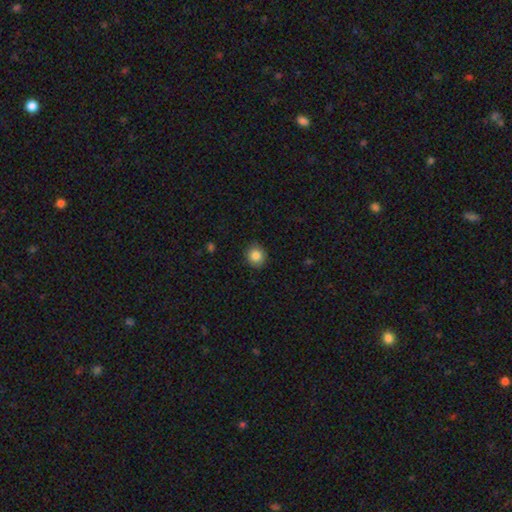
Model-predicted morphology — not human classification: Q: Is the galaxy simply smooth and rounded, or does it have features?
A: smooth — 84%.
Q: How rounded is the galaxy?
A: round — 87%.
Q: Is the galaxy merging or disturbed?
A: none — 90%.